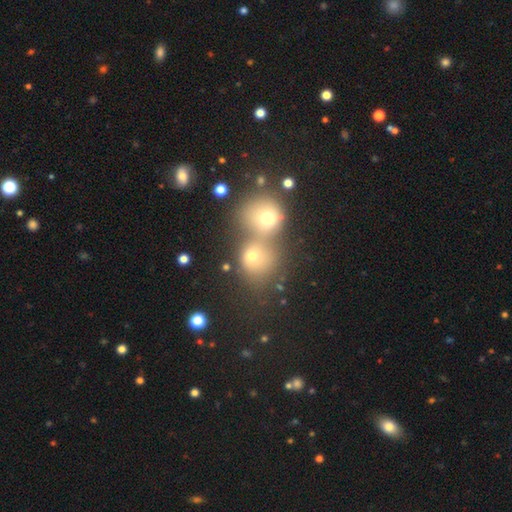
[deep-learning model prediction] Smooth or featured?
  - smooth: 61% *
  - star or artifact: 24%
  - featured or disk: 15%
How rounded?
  - round: 75% *
  - in between: 23%
  - cigar-shaped: 2%
Merging?
  - merger: 52% *
  - none: 37%
  - minor disturbance: 7%
  - major disturbance: 4%